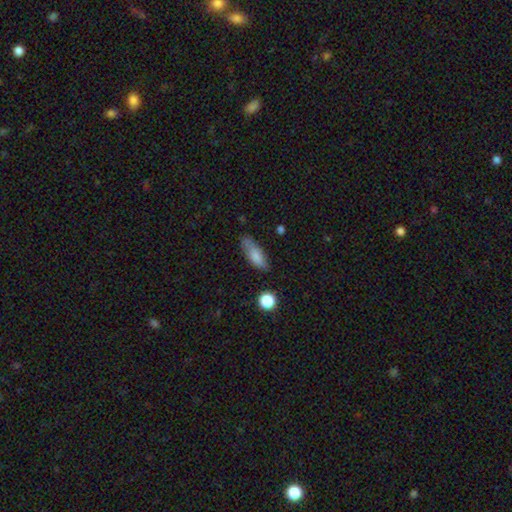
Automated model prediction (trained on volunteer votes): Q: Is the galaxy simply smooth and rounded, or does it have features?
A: smooth — 78%.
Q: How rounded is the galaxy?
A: in between — 63%.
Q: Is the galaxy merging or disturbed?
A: none — 66%.